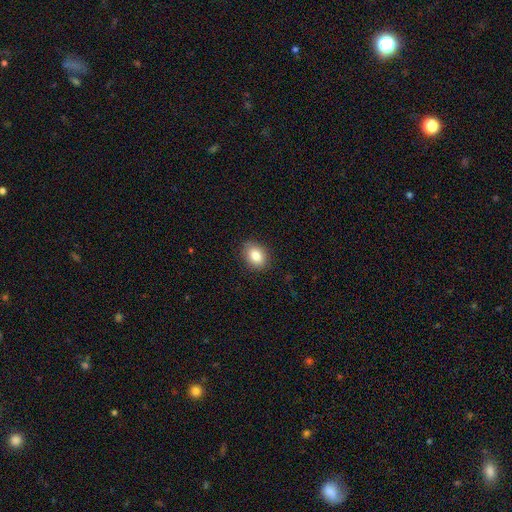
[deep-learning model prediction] smooth-or-featured: smooth: 83% | star or artifact: 9% | featured or disk: 8%
  how-rounded: in between: 69% | round: 30% | cigar-shaped: 1%
  merging: none: 87% | minor disturbance: 10% | major disturbance: 2% | merger: 1%